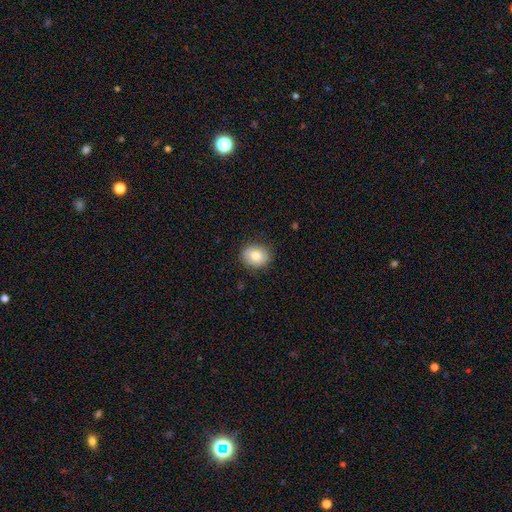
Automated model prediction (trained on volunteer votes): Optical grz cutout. It shows a smooth galaxy with no disk features (80%) that is round (56%). Merging: none (86%).